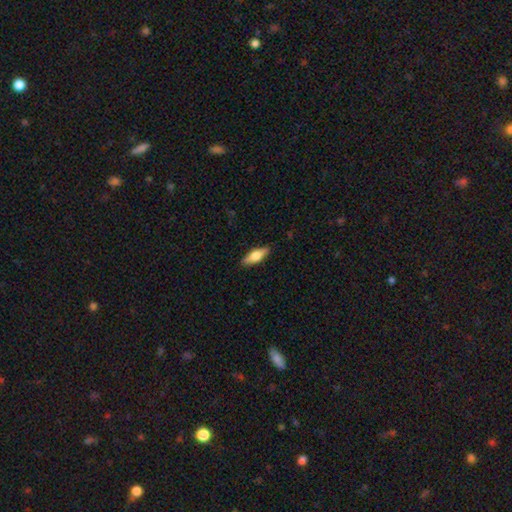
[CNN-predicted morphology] Smooth or featured: smooth — 63% (featured or disk — 31%)
How rounded: in between — 60% (cigar-shaped — 37%)
Merging: none — 88% (minor disturbance — 9%)